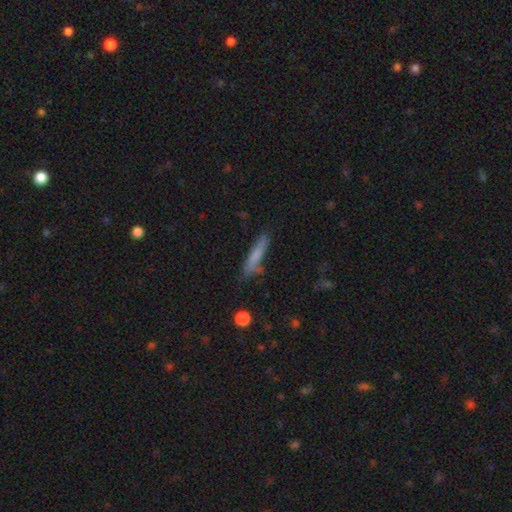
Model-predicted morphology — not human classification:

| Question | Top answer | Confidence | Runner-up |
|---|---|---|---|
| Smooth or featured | smooth | 72% | featured or disk (21%) |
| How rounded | cigar-shaped | 89% | in between (9%) |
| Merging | none | 72% | minor disturbance (19%) |